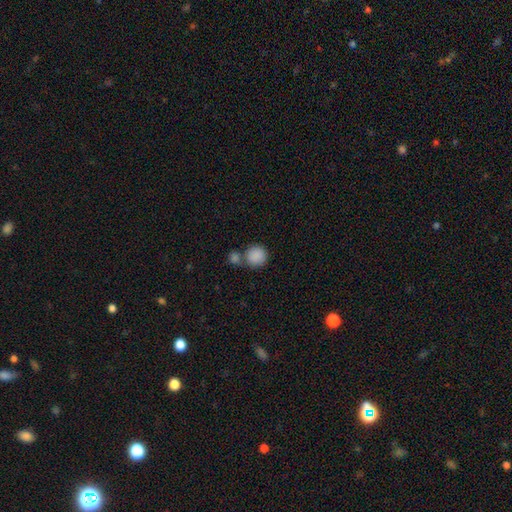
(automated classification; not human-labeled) This appears to be a smooth galaxy with no disk features (88%) that is round (90%). Merging: none (55%).